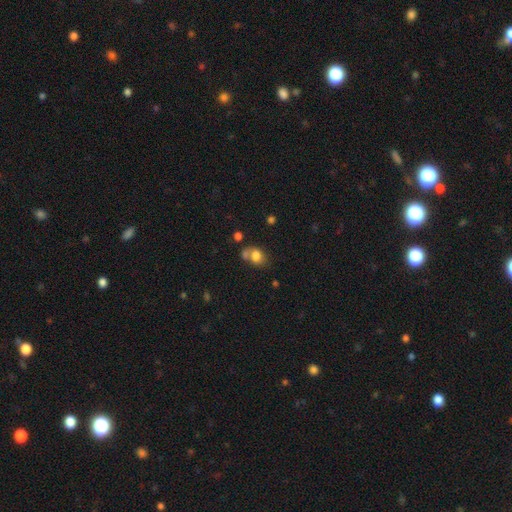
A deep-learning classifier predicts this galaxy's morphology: Overall: smooth (78%). How rounded: in between (54%; round 45%). Merging: none (42%; merger 35%).